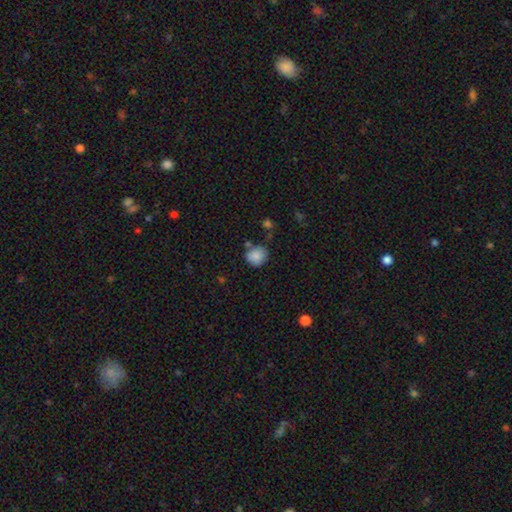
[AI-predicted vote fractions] This appears to be a smooth galaxy with no disk features (86%) that is round (80%). Merging: none (70%).